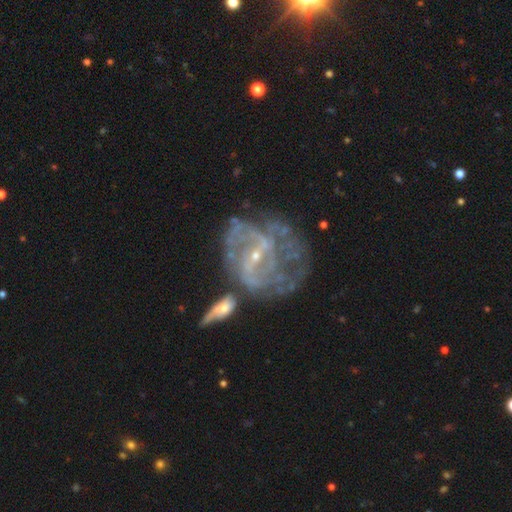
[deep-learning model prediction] featured or disk 85%, smooth 8%, star or artifact 8%. Down the decision tree: edge-on disk — no (97%); bar — weak (45%); spiral arms — yes (84%); spiral arm count — can't tell (40%); spiral winding — medium (41%); bulge size — small (80%); merging — none (30%).